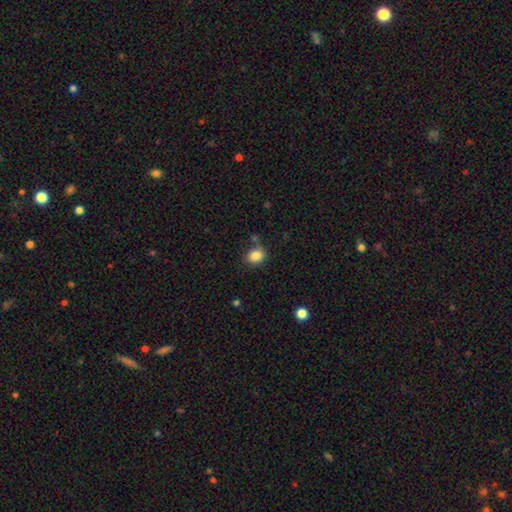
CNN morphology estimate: smooth 85%, star or artifact 10%, featured or disk 4%. Down the decision tree: how rounded — round (58%); merging — none (76%).